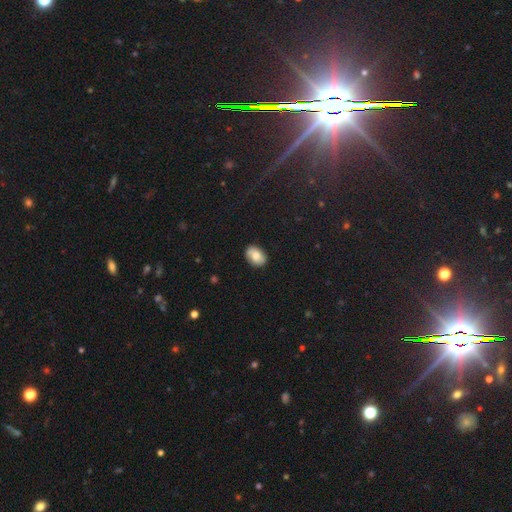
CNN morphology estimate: Overall: smooth (67%). How rounded: in between (80%). Merging: none (82%).